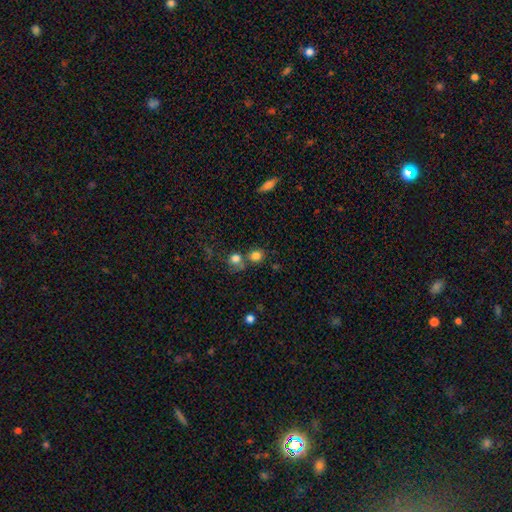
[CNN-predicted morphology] A smooth galaxy with no disk features (81%) that is round (80%).

Vote fractions:
- Smooth or featured? smooth: 81% / star or artifact: 12% / featured or disk: 7%
- How rounded? round: 80% / in between: 19% / cigar-shaped: 1%
- Merging? none: 59% / merger: 28% / minor disturbance: 9% / major disturbance: 4%